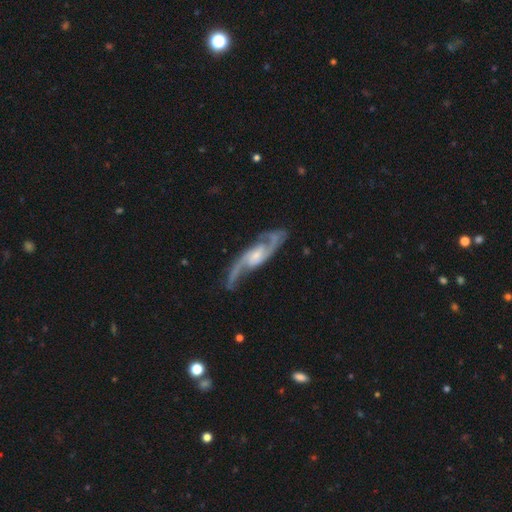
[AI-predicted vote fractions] Overall: featured or disk (91%). Edge-on disk: no (89%). Bar: no (51%; weak 38%). Spiral arms: yes (98%). Spiral arm count: 2 (90%). Spiral winding: medium (46%; loose 41%). Bulge size: small (52%; moderate 35%). Merging: none (75%).